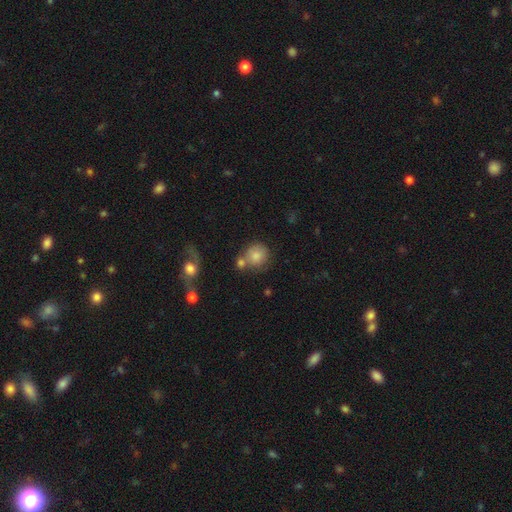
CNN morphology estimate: smooth-or-featured: smooth: 80% | featured or disk: 11% | star or artifact: 8%
  how-rounded: round: 85% | in between: 14% | cigar-shaped: 1%
  merging: none: 51% | merger: 28% | minor disturbance: 14% | major disturbance: 7%